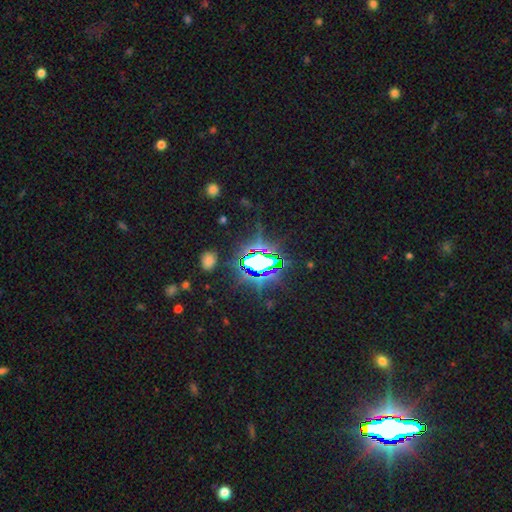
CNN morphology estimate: smooth_or_featured: star or artifact (p=0.84) [alt: smooth p=0.09]